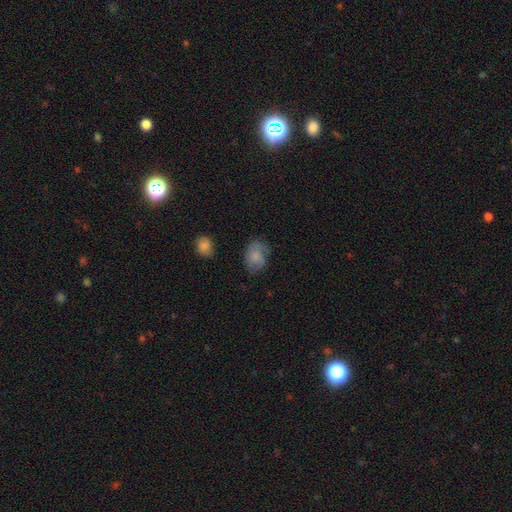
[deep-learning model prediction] Q: Smooth or featured?
A: smooth (70%); runner-up: featured or disk (21%)
Q: How rounded?
A: in between (65%); runner-up: round (34%)
Q: Merging?
A: none (56%); runner-up: minor disturbance (29%)